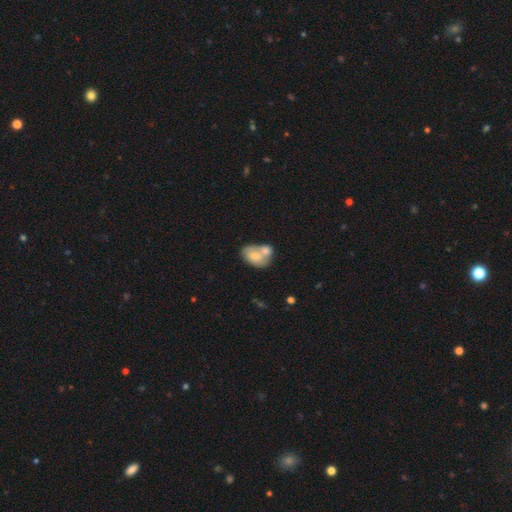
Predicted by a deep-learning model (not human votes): The model was most divided on "smooth or featured": smooth: 69%, featured or disk: 25%, star or artifact: 7%. More confident: how rounded — in between (83%); merging — merger (65%).